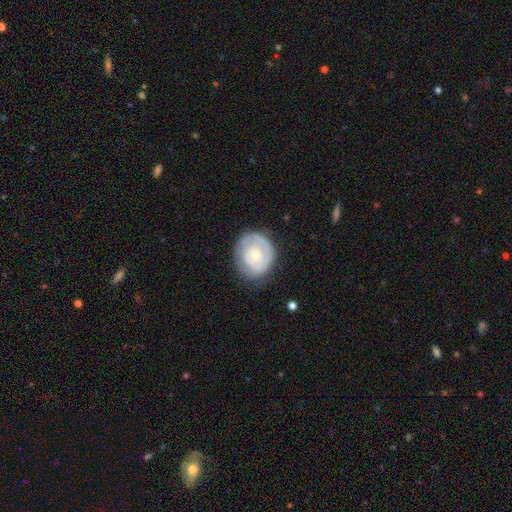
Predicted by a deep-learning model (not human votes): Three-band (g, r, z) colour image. It shows a featured or disk galaxy (57%) with no bar (81%), spiral arms (62%) and a small central bulge (56%). Merging: none (70%).